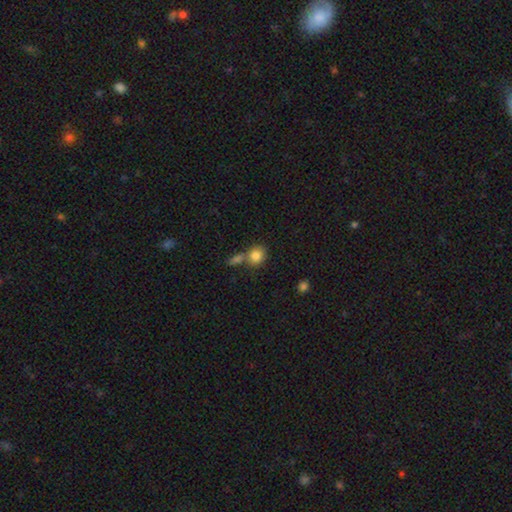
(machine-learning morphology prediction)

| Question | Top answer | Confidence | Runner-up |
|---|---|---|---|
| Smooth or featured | smooth | 83% | star or artifact (9%) |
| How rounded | round | 72% | in between (26%) |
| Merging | none | 53% | merger (32%) |